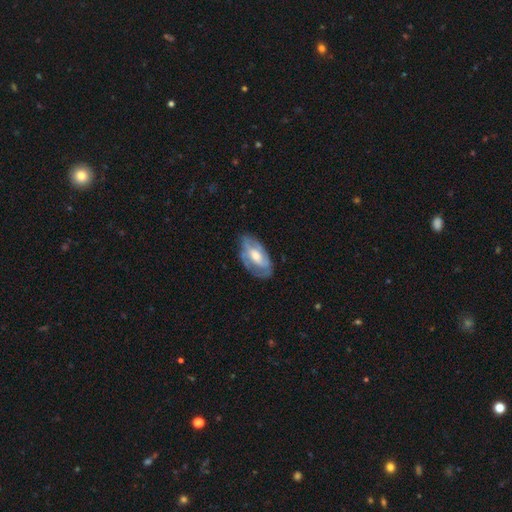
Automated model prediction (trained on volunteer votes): Smooth or featured: featured or disk — 67% (smooth — 27%)
Edge-on disk: no — 93% (yes — 7%)
Bar: no — 50% (weak — 37%)
Spiral arms: yes — 78% (no — 22%)
Bulge size: moderate — 60% (small — 19%)
Merging: none — 64% (minor disturbance — 25%)